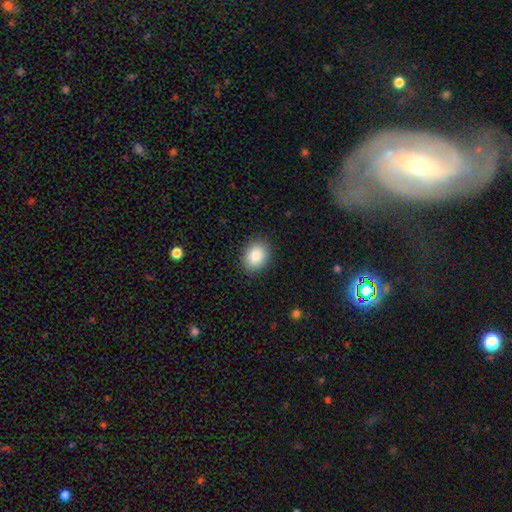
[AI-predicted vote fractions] Smooth or featured? Predicted: smooth (p=0.89). How rounded? Predicted: in between (p=0.64). Merging? Predicted: none (p=0.88).